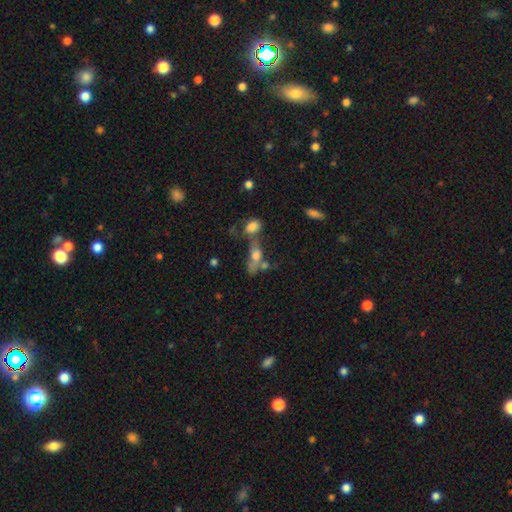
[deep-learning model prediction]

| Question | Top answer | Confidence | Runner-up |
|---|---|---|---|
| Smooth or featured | smooth | 57% | featured or disk (29%) |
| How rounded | in between | 69% | cigar-shaped (18%) |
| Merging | merger | 44% | none (27%) |